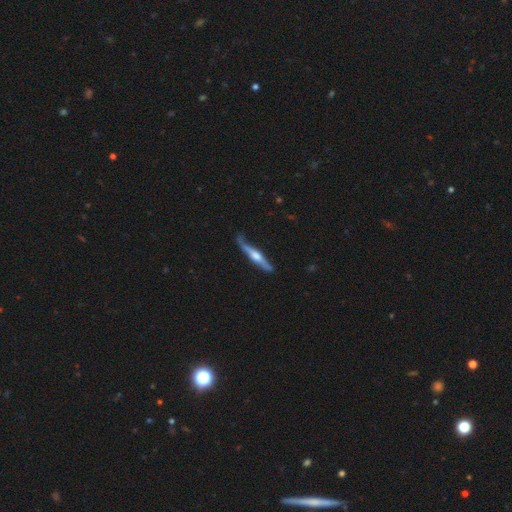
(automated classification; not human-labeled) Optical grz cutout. It shows a featured or disk galaxy (73%) viewed edge-on (94%) with a rounded central bulge (85%). Merging: none (72%).